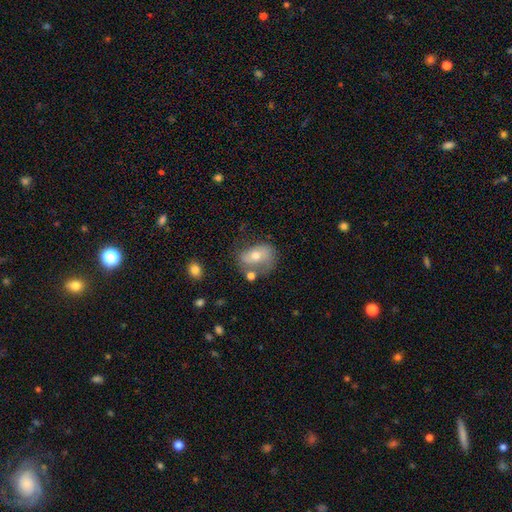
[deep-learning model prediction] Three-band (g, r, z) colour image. It shows a smooth galaxy with no disk features (49%). Merging: none (43%).